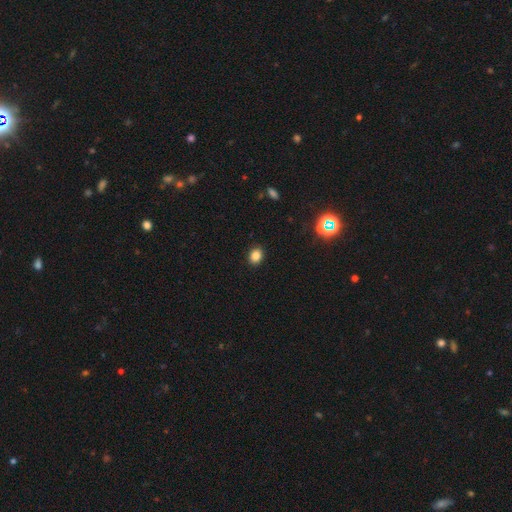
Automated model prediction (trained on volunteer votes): Smooth or featured? Predicted: smooth (p=0.83). How rounded? Predicted: in between (p=0.53). Merging? Predicted: none (p=0.89).